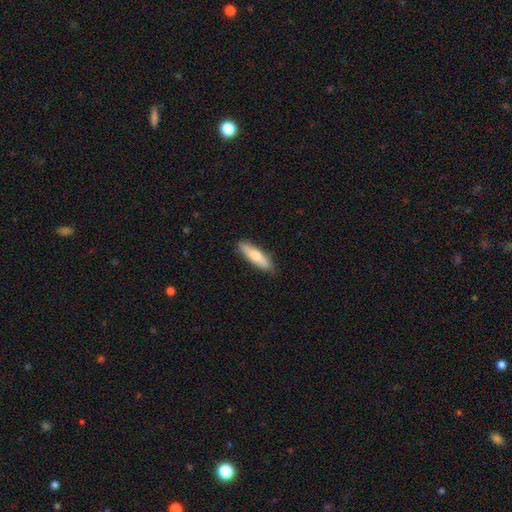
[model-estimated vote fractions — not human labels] smooth_or_featured: smooth (p=0.68) [alt: featured or disk p=0.27]
how_rounded: cigar-shaped (p=0.69) [alt: in between p=0.29]
merging: none (p=0.85) [alt: minor disturbance p=0.12]